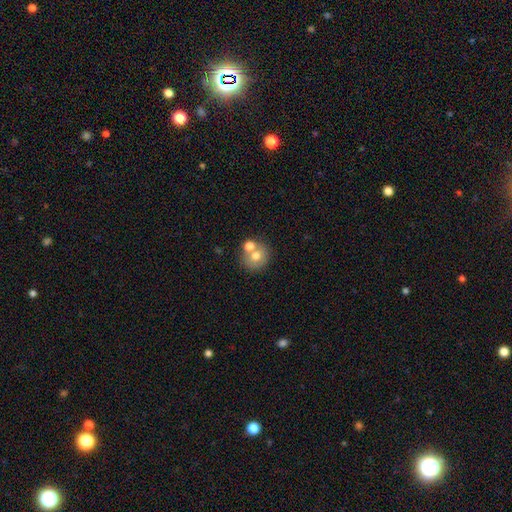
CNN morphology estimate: The model was most divided on "merging": none: 53%, merger: 34%, minor disturbance: 9%, major disturbance: 4%. More confident: how rounded — round (83%); smooth or featured — smooth (68%).